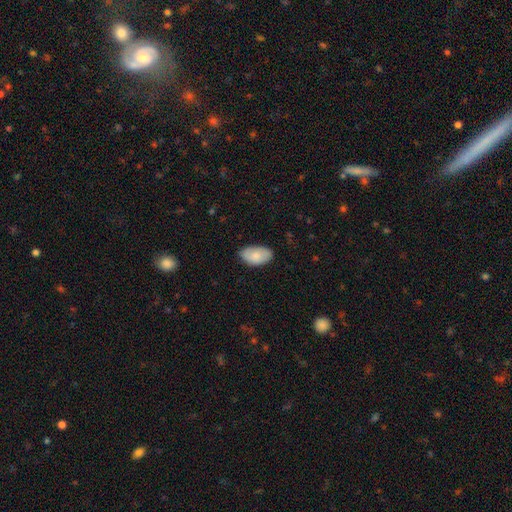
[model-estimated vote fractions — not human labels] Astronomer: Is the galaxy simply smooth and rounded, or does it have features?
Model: smooth — 82%.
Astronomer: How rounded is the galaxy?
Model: in between — 95%.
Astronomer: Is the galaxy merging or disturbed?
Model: none — 79%.